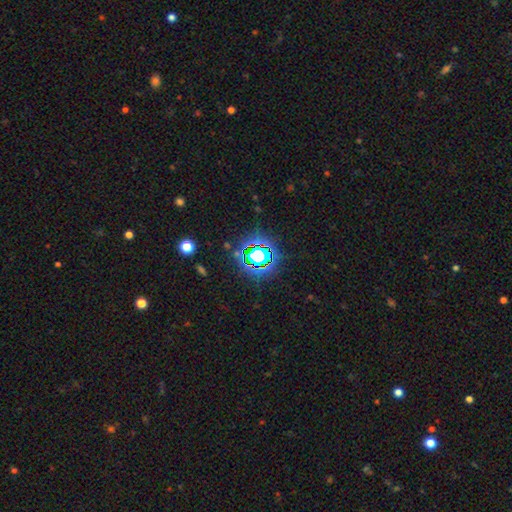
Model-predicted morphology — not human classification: smooth-or-featured: star or artifact: 70% | smooth: 19% | featured or disk: 12%